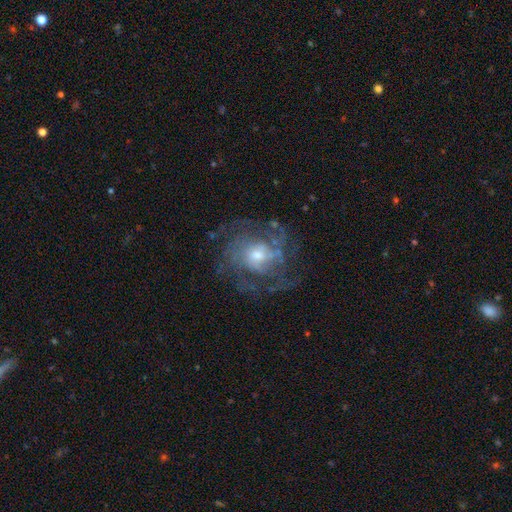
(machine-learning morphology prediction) This appears to be a featured or disk galaxy (79%) with no bar (69%), tight (47%) spiral arms (89%) and a moderate central bulge (49%). Merging: none (72%).